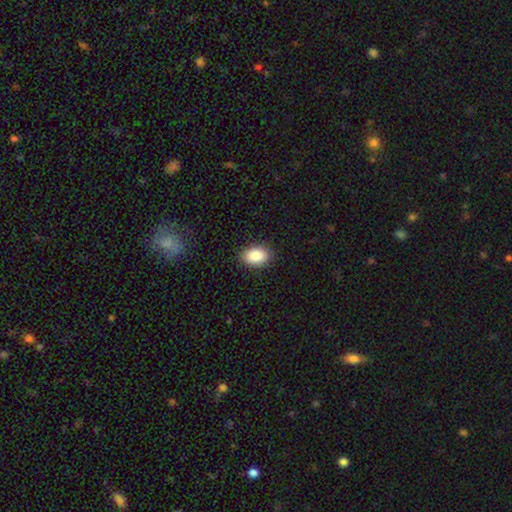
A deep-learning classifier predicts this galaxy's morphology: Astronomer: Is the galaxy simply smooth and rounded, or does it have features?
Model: smooth — 87%.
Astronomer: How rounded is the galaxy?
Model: in between — 86%.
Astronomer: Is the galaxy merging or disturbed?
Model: none — 89%.